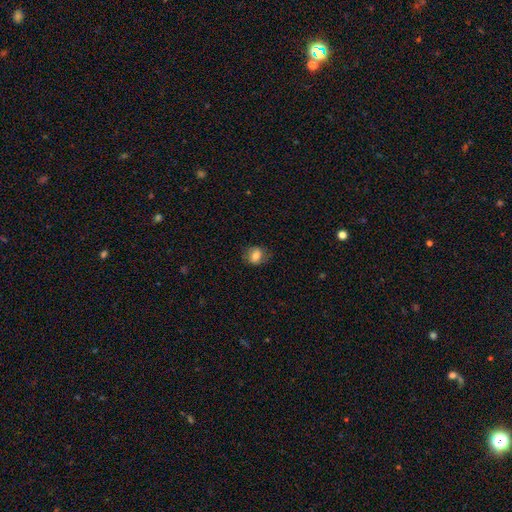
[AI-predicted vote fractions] This is likely a smooth galaxy (72%). How rounded: possibly round (50%). Merging: likely none (75%).